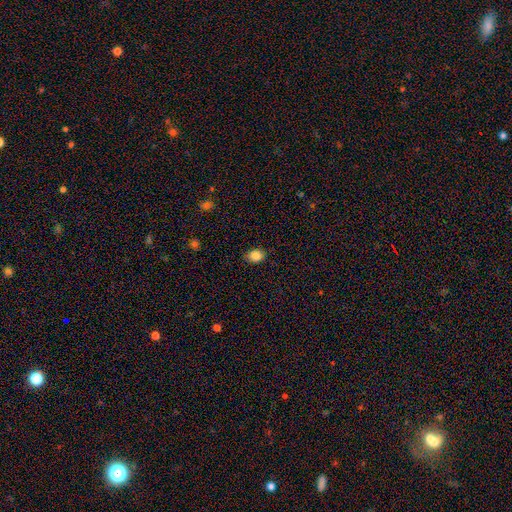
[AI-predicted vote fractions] The model was most divided on "how rounded": in between: 61%, round: 38%, cigar-shaped: 1%. More confident: smooth or featured — smooth (86%); merging — none (84%).